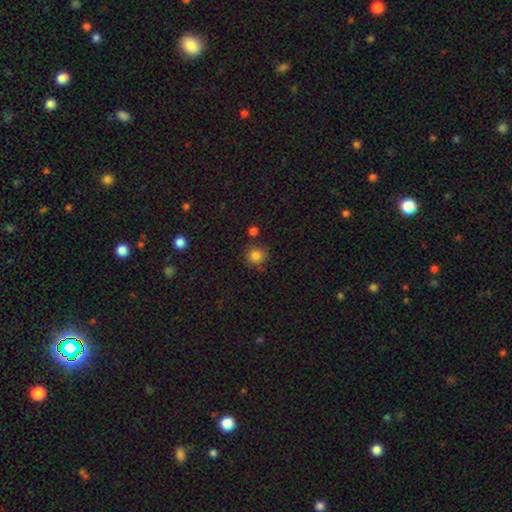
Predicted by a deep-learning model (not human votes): smooth-or-featured: smooth: 83% | star or artifact: 11% | featured or disk: 5%
  how-rounded: round: 92% | in between: 7% | cigar-shaped: 1%
  merging: none: 79% | minor disturbance: 12% | merger: 6% | major disturbance: 3%